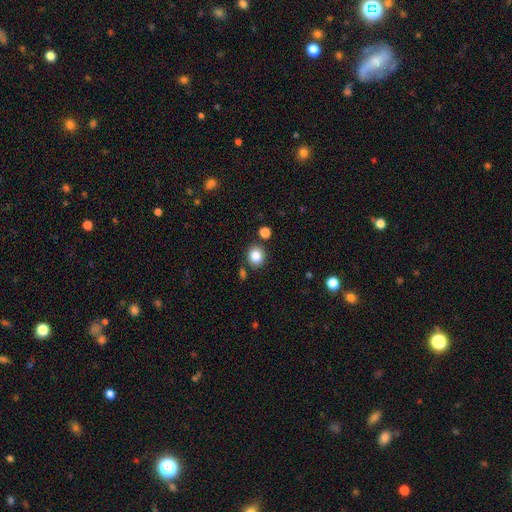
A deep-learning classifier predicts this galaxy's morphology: Overall: smooth (85%). How rounded: round (78%). Merging: none (81%).